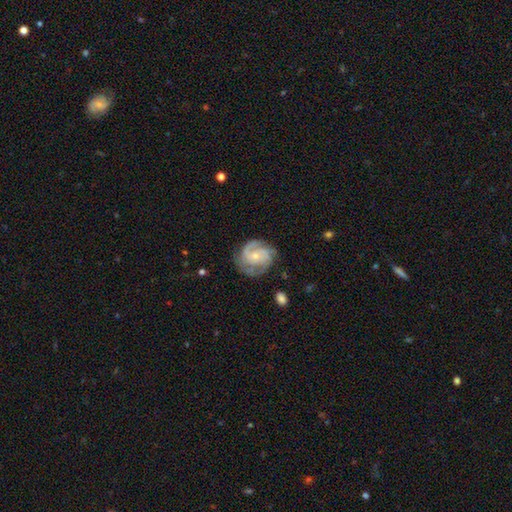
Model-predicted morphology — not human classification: A featured or disk galaxy (86%) with no bar (68%), 3 (42%) tight (46%) spiral arms (97%) and a small central bulge (70%).

Vote fractions:
- Smooth or featured? featured or disk: 86% / smooth: 9% / star or artifact: 5%
- Edge-on disk? no: 98% / yes: 2%
- Bar? no: 68% / weak: 27% / strong: 5%
- Spiral arms? yes: 97% / no: 3%
- Spiral winding? tight: 46% / medium: 44% / loose: 10%
- Spiral arm count? 3: 42% / 2: 31% / can't tell: 12% / 4: 6% / 1: 5% / more than 4: 4%
- Bulge size? small: 70% / moderate: 24% / none: 3% / large: 1% / dominant: 1%
- Merging? none: 73% / minor disturbance: 18% / major disturbance: 7% / merger: 1%